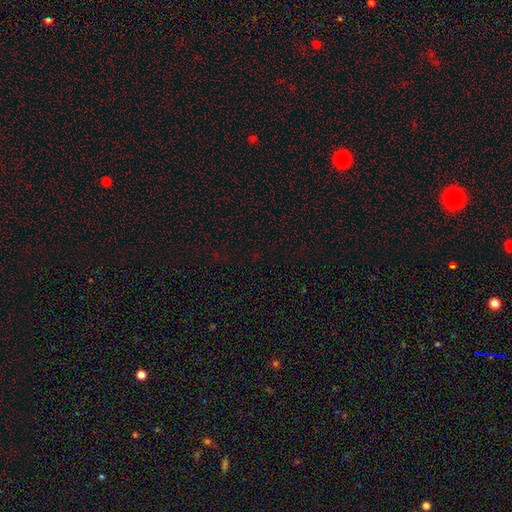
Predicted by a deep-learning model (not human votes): Smooth or featured?
  - star or artifact: 71% *
  - smooth: 23%
  - featured or disk: 6%